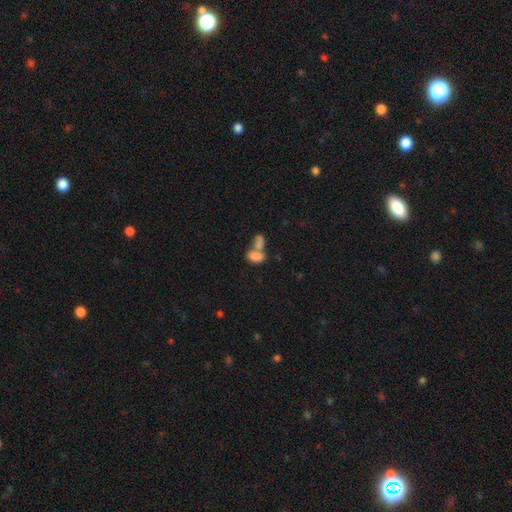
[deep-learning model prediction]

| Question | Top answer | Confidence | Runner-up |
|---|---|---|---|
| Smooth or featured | smooth | 52% | star or artifact (28%) |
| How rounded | in between | 56% | round (36%) |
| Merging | merger | 45% | none (38%) |